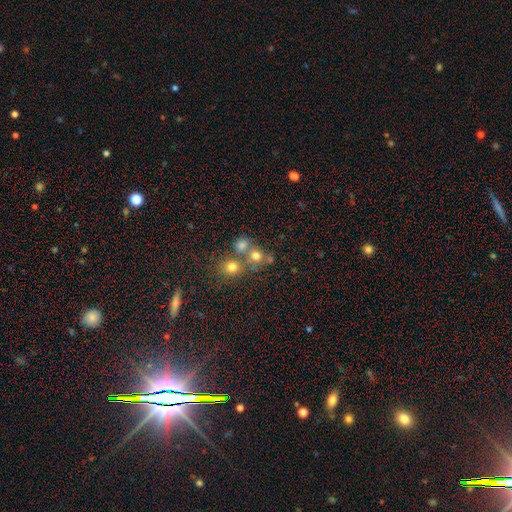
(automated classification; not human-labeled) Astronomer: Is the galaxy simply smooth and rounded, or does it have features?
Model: smooth — 69%.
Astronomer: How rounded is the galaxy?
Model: round — 80%.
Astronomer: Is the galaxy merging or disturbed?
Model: none — 47% (runner-up: merger, 40%).